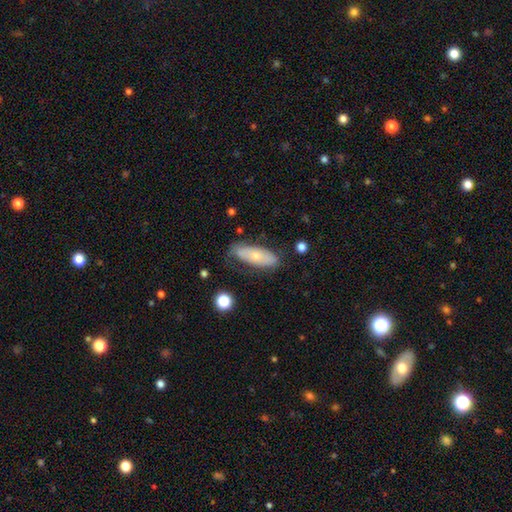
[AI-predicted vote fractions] Morphology: type=smooth (58%); roundness=in between (67%); merging=none (66%).